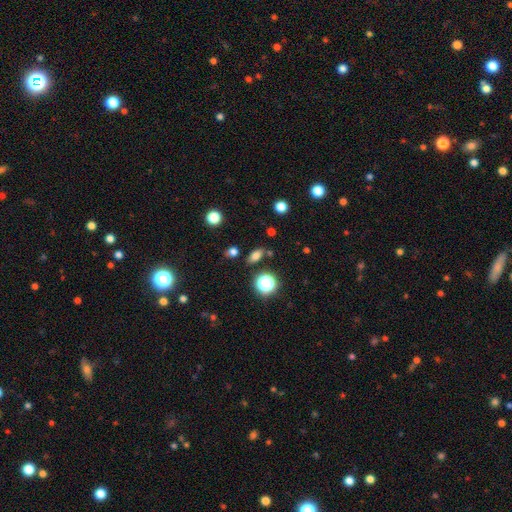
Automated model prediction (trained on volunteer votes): Q: Smooth or featured?
A: smooth (73%); runner-up: star or artifact (17%)
Q: How rounded?
A: in between (75%); runner-up: round (15%)
Q: Merging?
A: none (80%); runner-up: minor disturbance (11%)